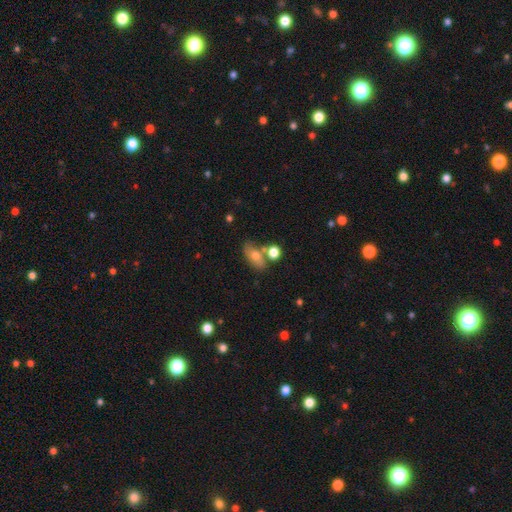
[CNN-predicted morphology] smooth-or-featured: smooth: 68% | featured or disk: 22% | star or artifact: 10%
  how-rounded: in between: 79% | round: 14% | cigar-shaped: 7%
  merging: none: 56% | merger: 23% | minor disturbance: 15% | major disturbance: 6%